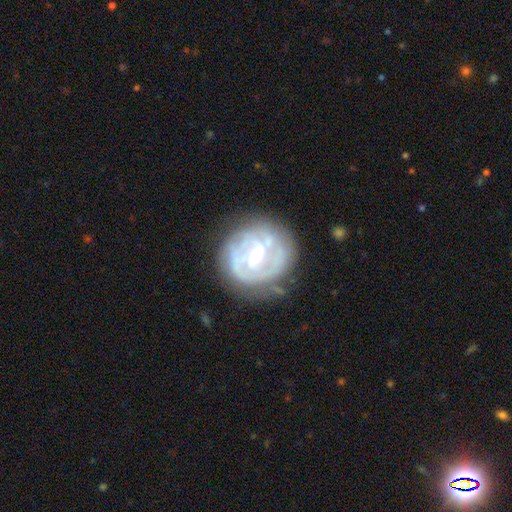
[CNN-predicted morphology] Smooth or featured?
  - featured or disk: 82% *
  - smooth: 12%
  - star or artifact: 5%
Edge-on disk?
  - no: 97% *
  - yes: 3%
Bar?
  - weak: 49% *
  - no: 27%
  - strong: 24%
Spiral arms?
  - yes: 85% *
  - no: 15%
Spiral winding?
  - tight: 61% *
  - medium: 29%
  - loose: 10%
Spiral arm count?
  - 2: 38% *
  - can't tell: 31%
  - 3: 18%
  - 1: 5%
  - 4: 5%
  - more than 4: 4%
Bulge size?
  - moderate: 59% *
  - small: 37%
  - large: 2%
  - none: 1%
  - dominant: 1%
Merging?
  - none: 72% *
  - minor disturbance: 18%
  - major disturbance: 8%
  - merger: 2%